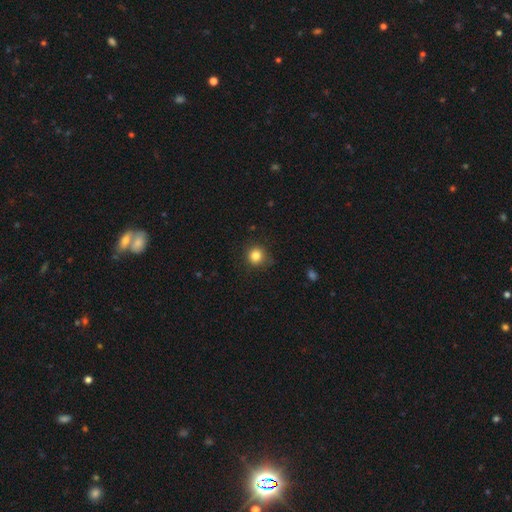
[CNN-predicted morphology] This appears to be a smooth galaxy with no disk features (84%) that is round (92%). Merging: none (83%).